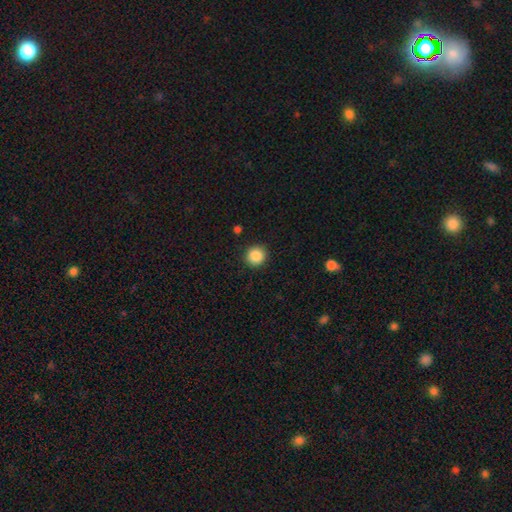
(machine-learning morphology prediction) This is clearly a smooth galaxy (87%). How rounded: clearly round (93%). Merging: clearly none (91%).